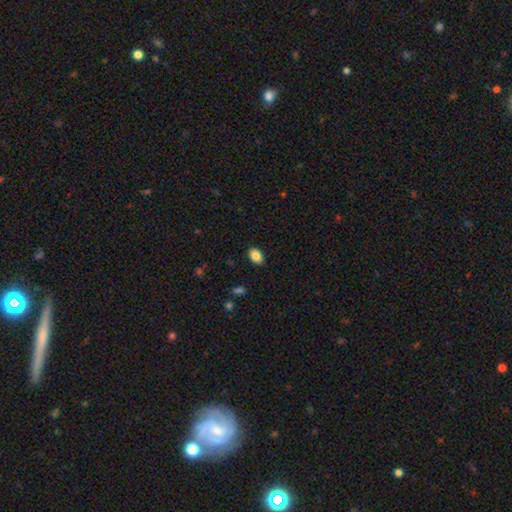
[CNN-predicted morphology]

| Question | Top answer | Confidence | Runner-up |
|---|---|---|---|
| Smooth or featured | smooth | 86% | star or artifact (8%) |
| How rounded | in between | 85% | round (14%) |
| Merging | none | 89% | minor disturbance (8%) |